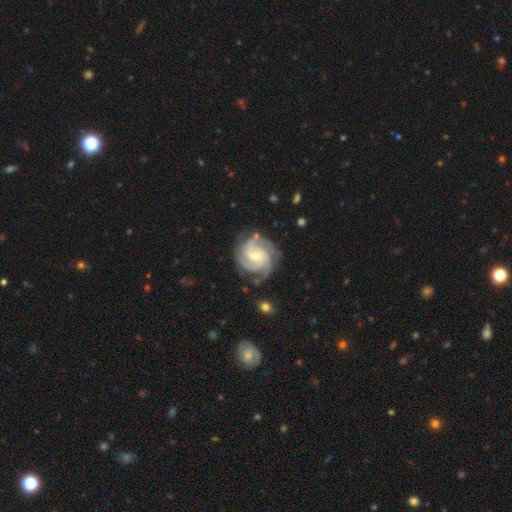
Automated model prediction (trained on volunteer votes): Smooth or featured? Predicted: featured or disk (p=0.93). Edge-on disk? Predicted: no (p=0.98). Bar? Predicted: no (p=0.50). Spiral arms? Predicted: yes (p=0.99). Spiral winding? Predicted: tight (p=0.66). Spiral arm count? Predicted: 3 (p=0.53). Bulge size? Predicted: small (p=0.51). Merging? Predicted: none (p=0.77).